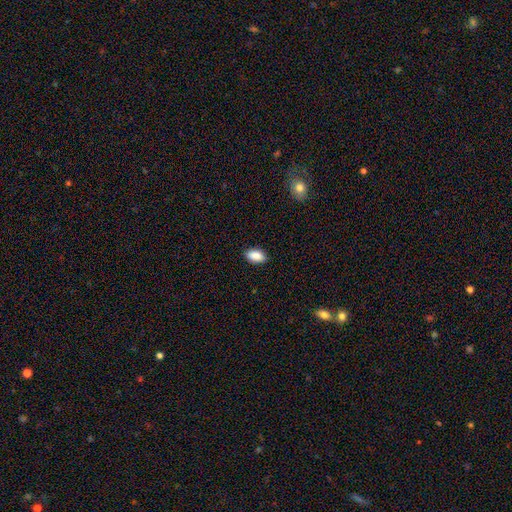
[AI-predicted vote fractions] Overall: smooth (89%). How rounded: in between (92%). Merging: none (88%).